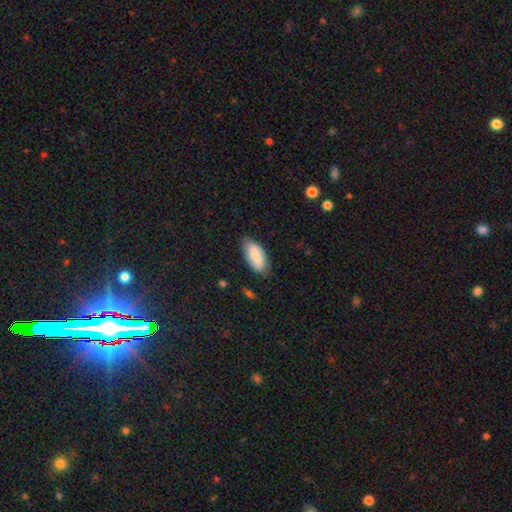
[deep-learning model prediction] Q: Smooth or featured?
A: smooth (83%); runner-up: featured or disk (11%)
Q: How rounded?
A: in between (89%); runner-up: cigar-shaped (9%)
Q: Merging?
A: none (73%); runner-up: minor disturbance (22%)